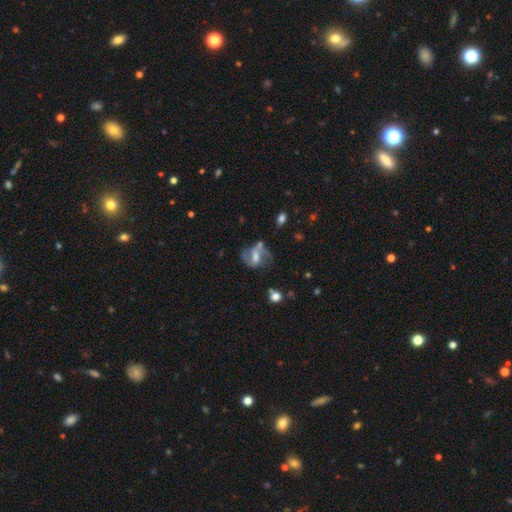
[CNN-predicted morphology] This appears to be a featured or disk galaxy (68%) with a weak bar (45%), 2 (82%) loose (44%) spiral arms (81%) and a moderate central bulge (51%). Merging: none (51%).